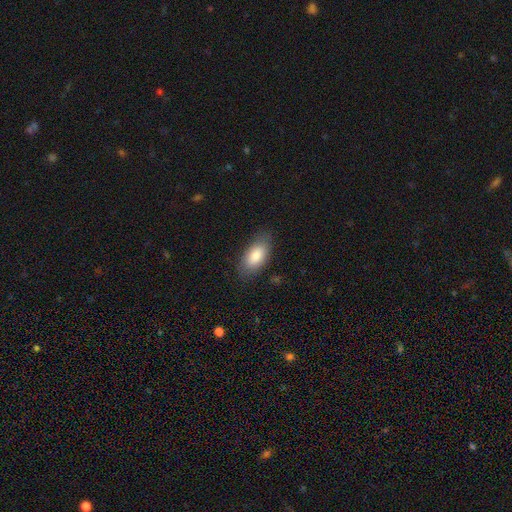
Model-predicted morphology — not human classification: smooth 83%, featured or disk 11%, star or artifact 6%. Down the decision tree: how rounded — in between (91%); merging — none (81%).